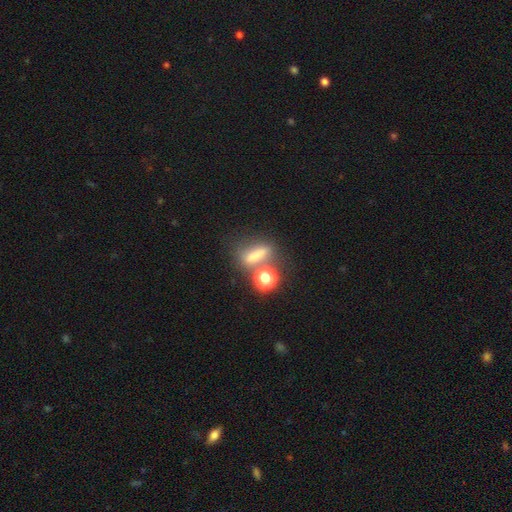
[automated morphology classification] Smooth or featured? smooth (66%)
How rounded? in between (38%)
Merging? none (54%)